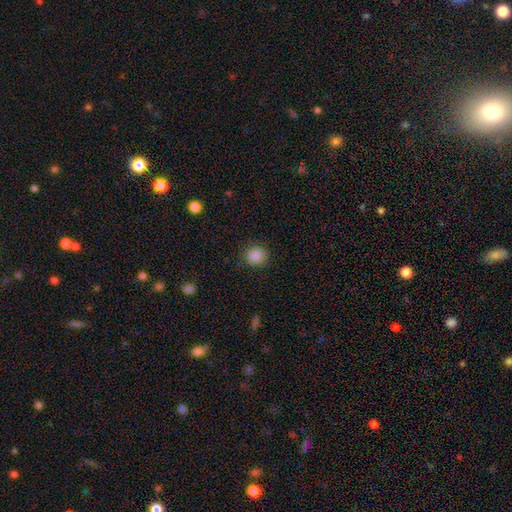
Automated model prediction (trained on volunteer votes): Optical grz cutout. It shows a smooth galaxy with no disk features (86%) that is round (89%). Merging: none (89%).